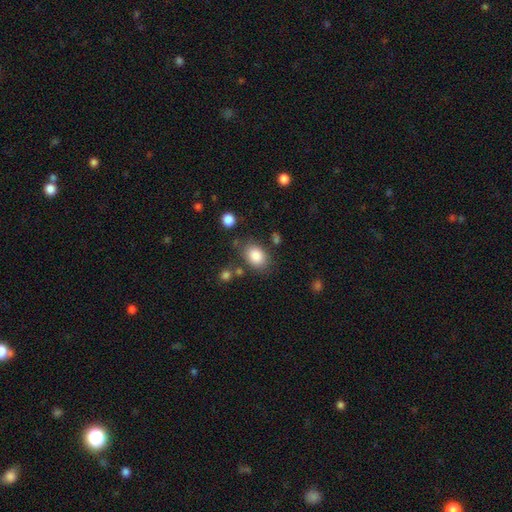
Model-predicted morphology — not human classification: The model was most divided on "how rounded": in between: 76%, round: 23%, cigar-shaped: 1%. More confident: smooth or featured — smooth (86%); merging — none (74%).